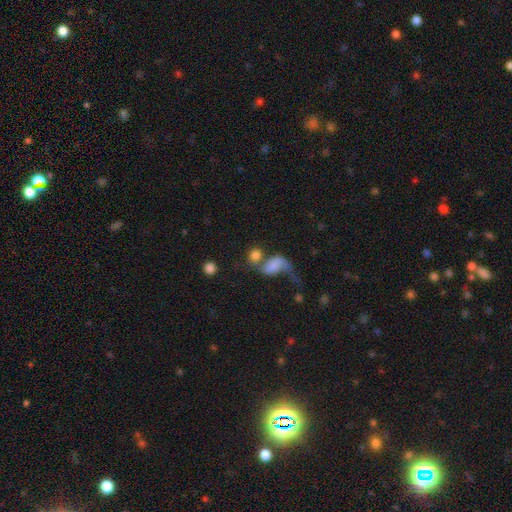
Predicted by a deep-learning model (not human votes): Smooth or featured: smooth — 73% (featured or disk — 15%)
How rounded: in between — 50% (round — 47%)
Merging: merger — 51% (none — 25%)